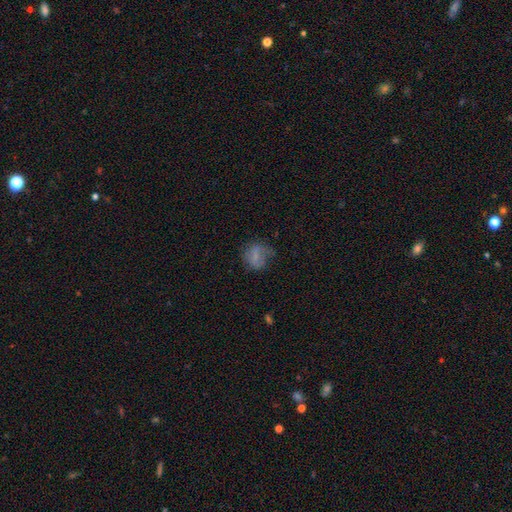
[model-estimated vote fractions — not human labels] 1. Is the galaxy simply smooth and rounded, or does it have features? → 62% smooth, 26% featured or disk, 12% star or artifact.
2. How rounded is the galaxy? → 64% round, 35% in between, 1% cigar-shaped.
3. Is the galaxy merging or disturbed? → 48% none, 27% minor disturbance, 23% major disturbance, 2% merger.